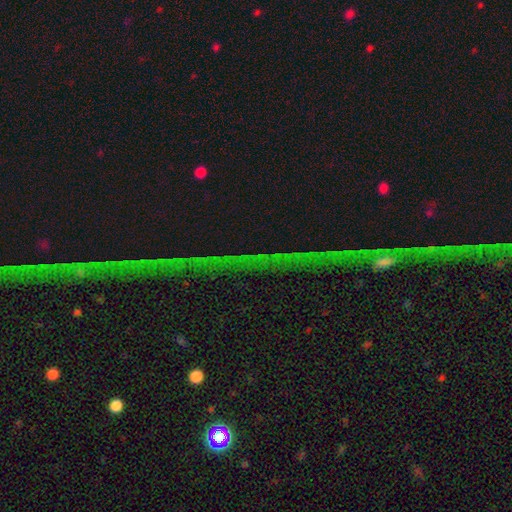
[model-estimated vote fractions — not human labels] A star or artifact, not a galaxy (76%).

Vote fractions:
- Smooth or featured? star or artifact: 76% / featured or disk: 14% / smooth: 10%